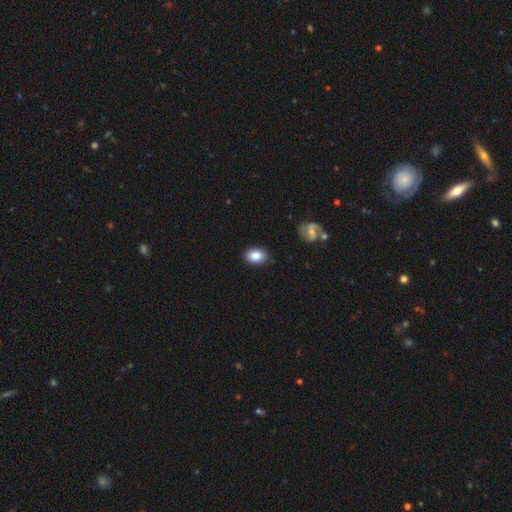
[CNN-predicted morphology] smooth 83%, featured or disk 9%, star or artifact 8%. Down the decision tree: how rounded — in between (80%); merging — none (84%).